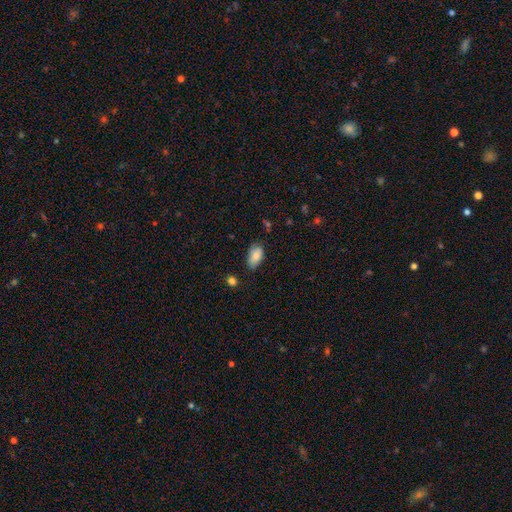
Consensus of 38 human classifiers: Morphology: type=smooth (89%); roundness=in between (94%); merging=none (61%).